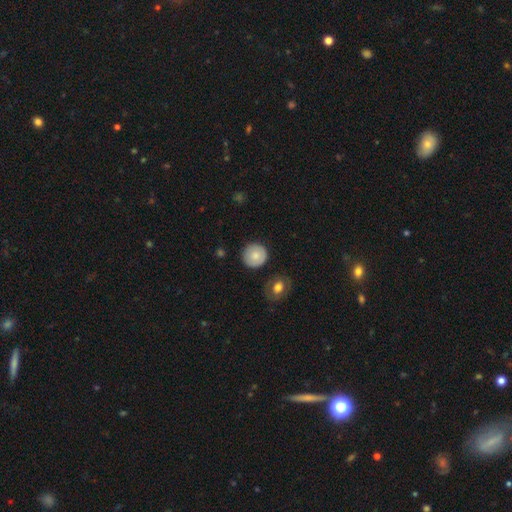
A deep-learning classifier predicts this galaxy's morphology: Smooth or featured?
  - smooth: 79% *
  - featured or disk: 13%
  - star or artifact: 7%
How rounded?
  - round: 92% *
  - in between: 7%
  - cigar-shaped: 1%
Merging?
  - none: 87% *
  - minor disturbance: 9%
  - merger: 2%
  - major disturbance: 2%